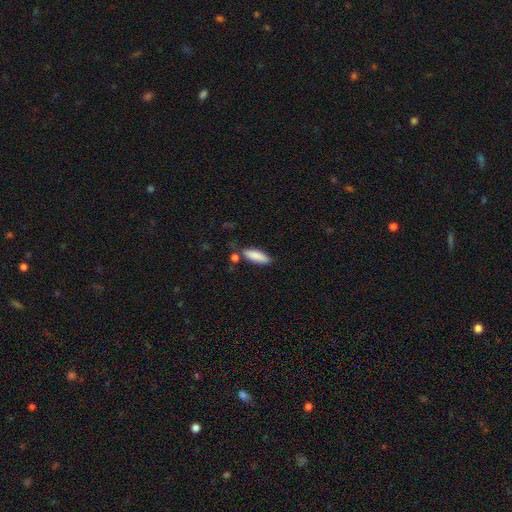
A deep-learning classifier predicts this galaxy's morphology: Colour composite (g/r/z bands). It shows a smooth galaxy with no disk features (88%) that is in between round and cigar-shaped (62%). Merging: none (75%).